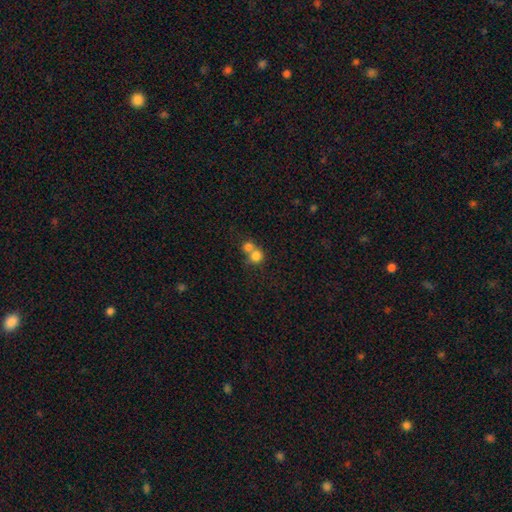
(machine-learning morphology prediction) type=smooth (79%); roundness=round (84%); merging=merger (58%).